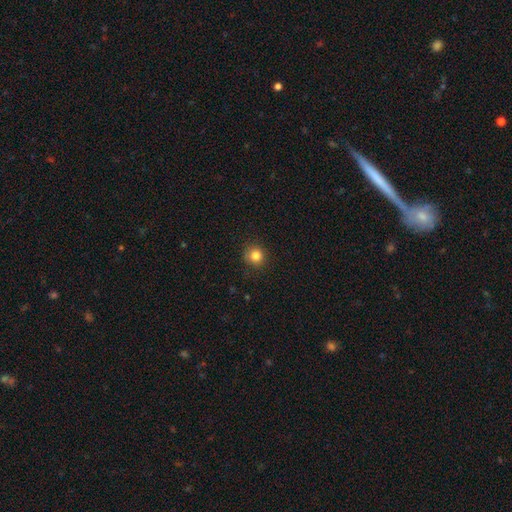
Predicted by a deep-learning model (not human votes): Smooth or featured? smooth (83%)
How rounded? round (92%)
Merging? none (88%)